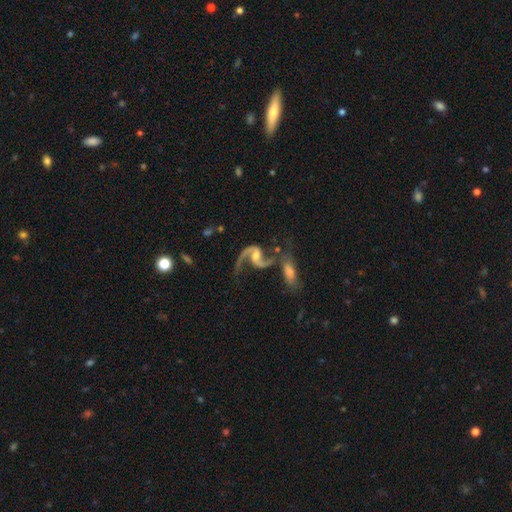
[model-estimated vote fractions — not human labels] A featured or disk galaxy (91%) with a weak bar (44%), 2 (88%) loose (70%) spiral arms (97%) and a moderate central bulge (45%).

Vote fractions:
- Smooth or featured? featured or disk: 91% / star or artifact: 5% / smooth: 5%
- Edge-on disk? no: 97% / yes: 3%
- Bar? weak: 44% / no: 38% / strong: 18%
- Spiral arms? yes: 97% / no: 3%
- Spiral winding? loose: 70% / medium: 25% / tight: 4%
- Spiral arm count? 2: 88% / 1: 7% / can't tell: 2% / 3: 1% / 4: 1% / more than 4: 1%
- Bulge size? moderate: 45% / small: 39% / none: 9% / large: 5% / dominant: 1%
- Merging? none: 41% / merger: 26% / minor disturbance: 16% / major disturbance: 16%